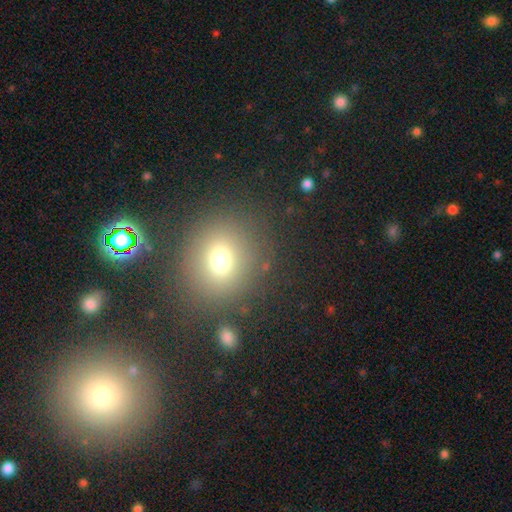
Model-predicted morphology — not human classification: smooth_or_featured: smooth (p=0.61) [alt: star or artifact p=0.27]
how_rounded: round (p=0.76) [alt: in between p=0.22]
merging: none (p=0.84) [alt: minor disturbance p=0.08]